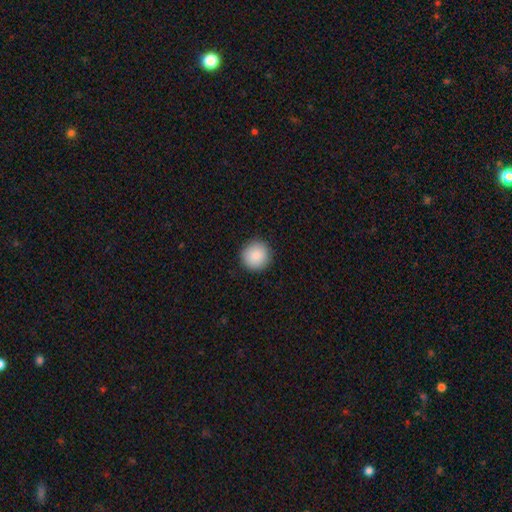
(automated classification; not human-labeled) Overall: smooth (89%). How rounded: round (94%). Merging: none (92%).